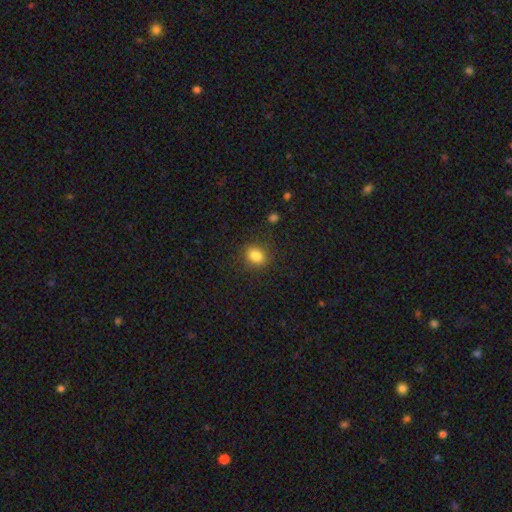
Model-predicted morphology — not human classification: smooth_or_featured: smooth (p=0.85) [alt: star or artifact p=0.10]
how_rounded: round (p=0.51) [alt: in between p=0.48]
merging: none (p=0.84) [alt: minor disturbance p=0.11]